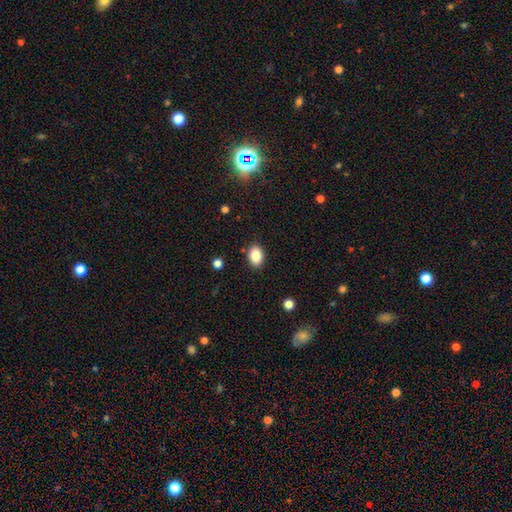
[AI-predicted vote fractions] Smooth or featured: smooth — 87% (star or artifact — 8%)
How rounded: in between — 80% (round — 19%)
Merging: none — 88% (minor disturbance — 8%)